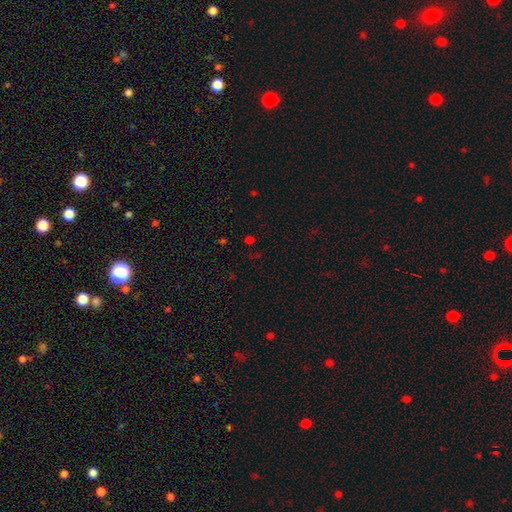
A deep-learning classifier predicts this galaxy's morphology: A star or artifact, not a galaxy (54%).